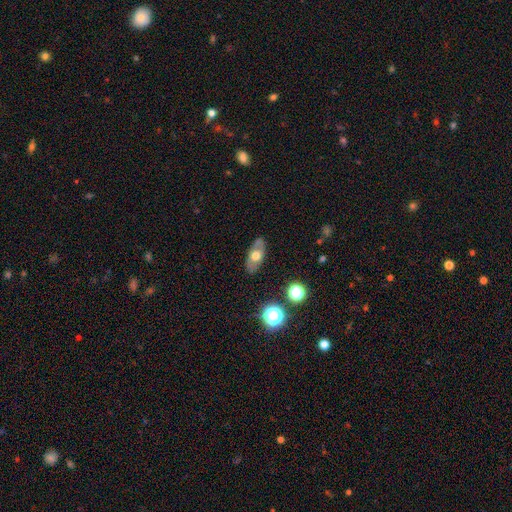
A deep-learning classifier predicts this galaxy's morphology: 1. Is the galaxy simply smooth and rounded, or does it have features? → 50% smooth, 42% featured or disk, 9% star or artifact.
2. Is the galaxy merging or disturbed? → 80% none, 15% minor disturbance, 4% major disturbance, 2% merger.